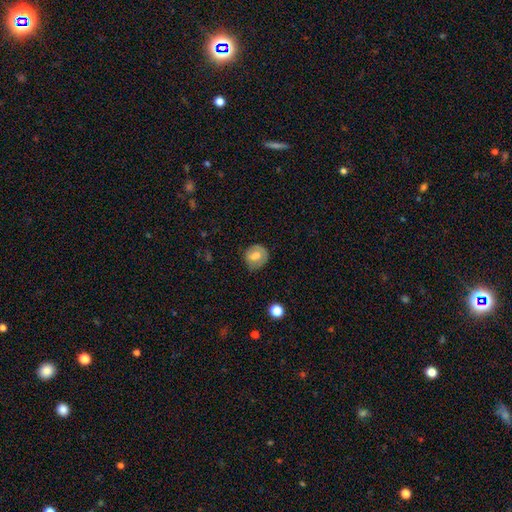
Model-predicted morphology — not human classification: Smooth or featured: smooth — 62% (featured or disk — 29%)
How rounded: round — 75% (in between — 24%)
Merging: none — 66% (minor disturbance — 25%)